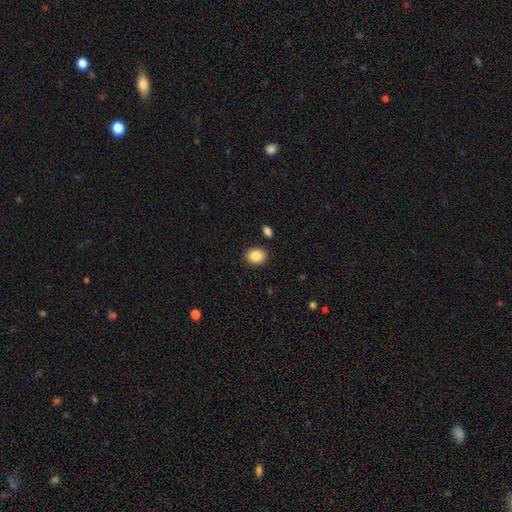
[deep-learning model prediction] smooth-or-featured: smooth: 88% | star or artifact: 8% | featured or disk: 4%
  how-rounded: round: 54% | in between: 45% | cigar-shaped: 1%
  merging: none: 87% | minor disturbance: 8% | merger: 3% | major disturbance: 2%